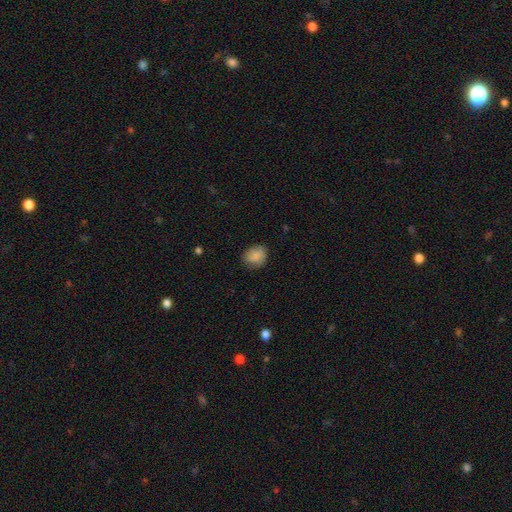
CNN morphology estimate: Smooth or featured? Predicted: smooth (p=0.85). How rounded? Predicted: round (p=0.59). Merging? Predicted: none (p=0.76).